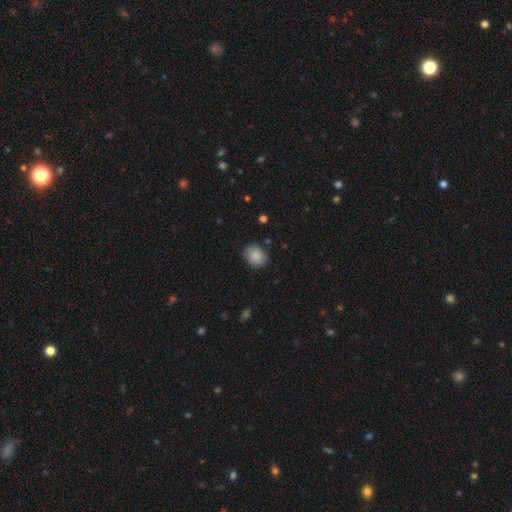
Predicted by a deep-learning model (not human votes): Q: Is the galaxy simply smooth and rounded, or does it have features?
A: smooth — 87%.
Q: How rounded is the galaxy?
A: round — 55%.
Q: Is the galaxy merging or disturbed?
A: none — 84%.